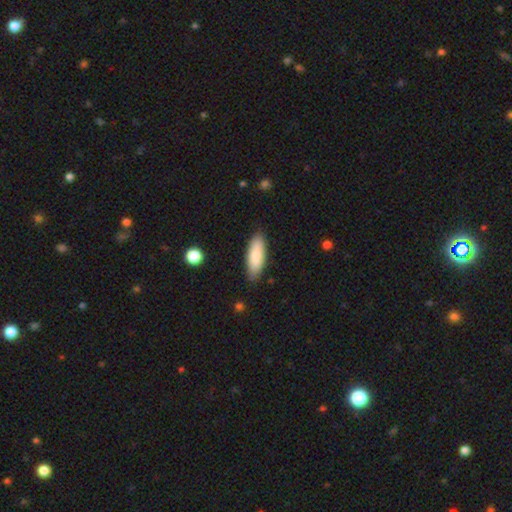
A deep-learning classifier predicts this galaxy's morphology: Q: Smooth or featured?
A: smooth (86%); runner-up: featured or disk (9%)
Q: How rounded?
A: in between (62%); runner-up: cigar-shaped (36%)
Q: Merging?
A: none (86%); runner-up: minor disturbance (10%)